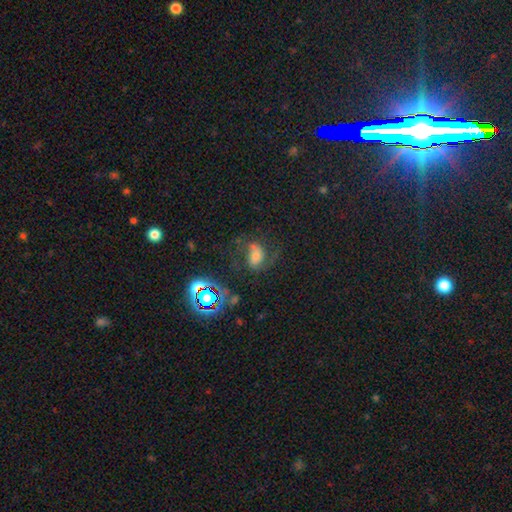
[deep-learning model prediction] Smooth or featured: featured or disk — 50% (smooth — 30%)
Merging: none — 52% (major disturbance — 24%)